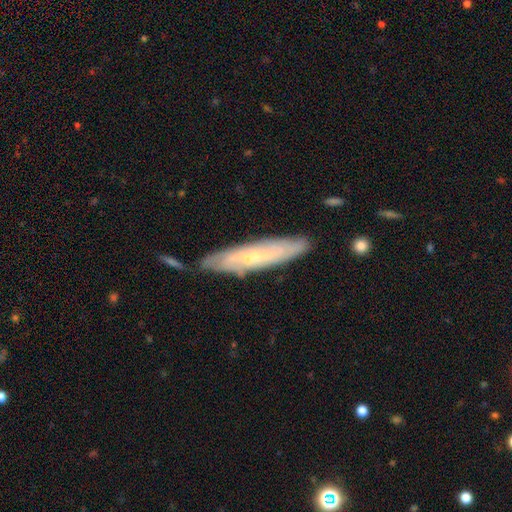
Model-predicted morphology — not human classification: This is likely a featured or disk galaxy (65%). It is possibly not viewed edge-on (56%). Merging: likely none (75%).